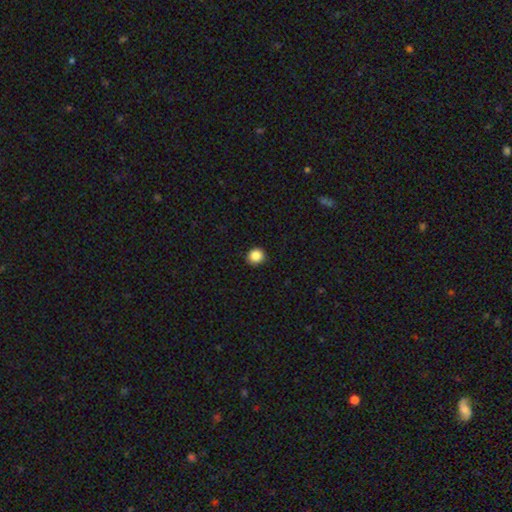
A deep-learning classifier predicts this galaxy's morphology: This is clearly a smooth galaxy (87%). How rounded: clearly round (92%). Merging: clearly none (92%).